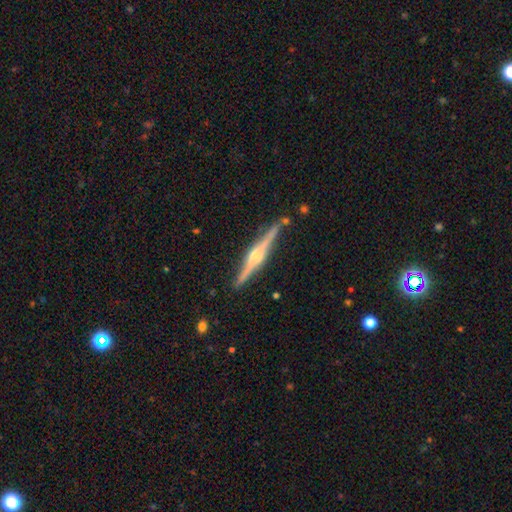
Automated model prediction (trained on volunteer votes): This appears to be a featured or disk galaxy (83%) viewed edge-on (98%) with a rounded central bulge (80%). Merging: none (87%).